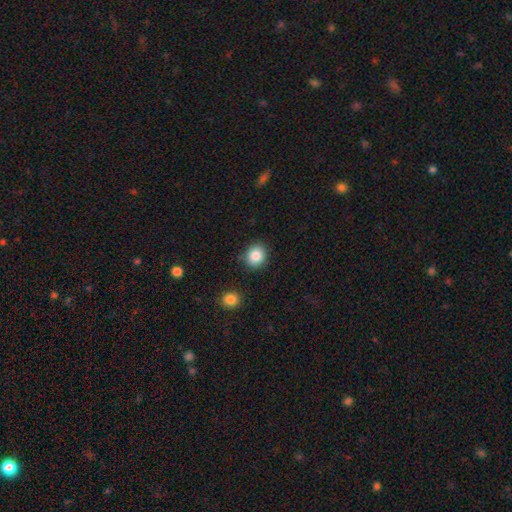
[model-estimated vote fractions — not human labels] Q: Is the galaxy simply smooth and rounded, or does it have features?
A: smooth — 86%.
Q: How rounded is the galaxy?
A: round — 72%.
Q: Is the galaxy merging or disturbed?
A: none — 84%.